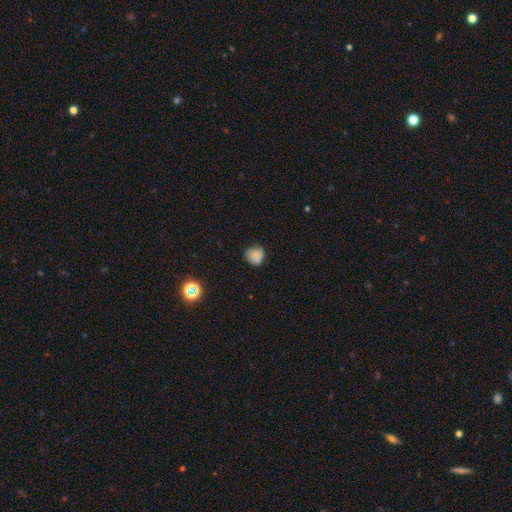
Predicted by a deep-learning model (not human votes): Smooth or featured? Predicted: smooth (p=0.82). How rounded? Predicted: round (p=0.82). Merging? Predicted: none (p=0.72).